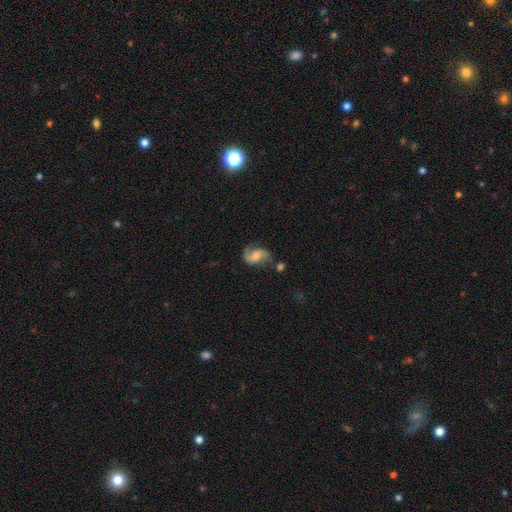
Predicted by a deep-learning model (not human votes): This appears to be a featured or disk galaxy (78%) with no bar (47%), 2 (88%) medium (44%) spiral arms (96%) and a moderate central bulge (34%). Merging: none (63%).